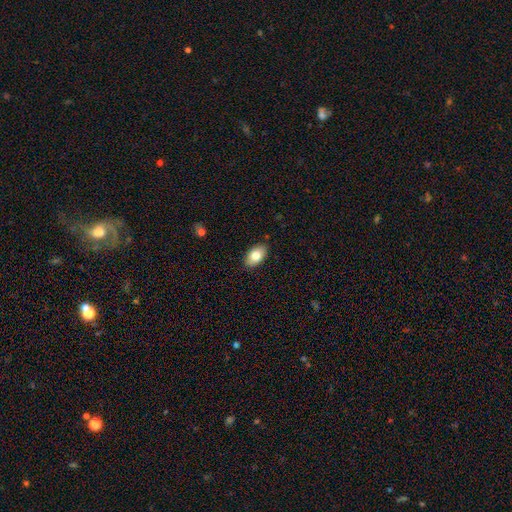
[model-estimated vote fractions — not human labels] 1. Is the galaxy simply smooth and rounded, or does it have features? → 80% smooth, 13% featured or disk, 7% star or artifact.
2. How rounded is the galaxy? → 93% in between, 6% round, 2% cigar-shaped.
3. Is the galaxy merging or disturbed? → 88% none, 9% minor disturbance, 2% major disturbance, 1% merger.